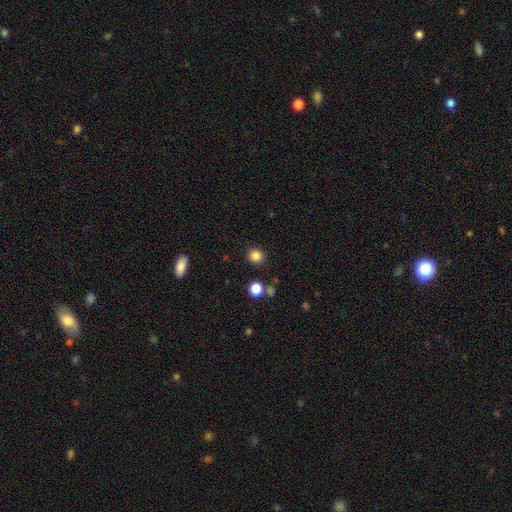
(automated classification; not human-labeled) Smooth or featured: smooth — 84% (star or artifact — 12%)
How rounded: round — 89% (in between — 10%)
Merging: none — 89% (minor disturbance — 6%)